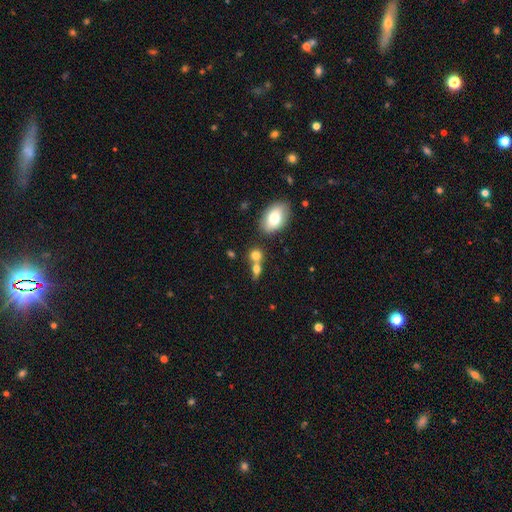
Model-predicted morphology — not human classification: Smooth or featured: smooth — 75% (featured or disk — 14%)
How rounded: round — 53% (in between — 42%)
Merging: merger — 47% (none — 40%)